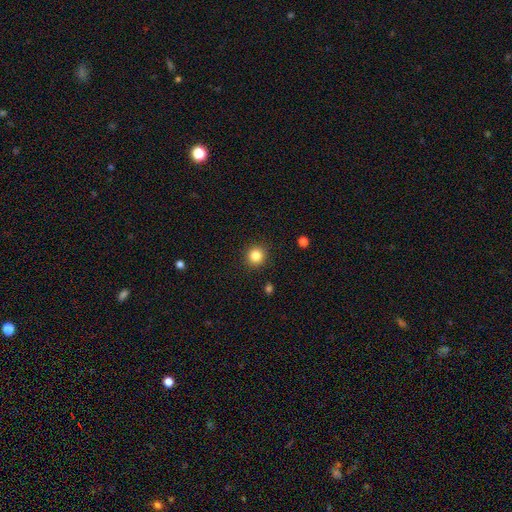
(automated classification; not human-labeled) Q: Smooth or featured?
A: smooth (84%); runner-up: star or artifact (11%)
Q: How rounded?
A: round (93%); runner-up: in between (6%)
Q: Merging?
A: none (91%); runner-up: minor disturbance (6%)